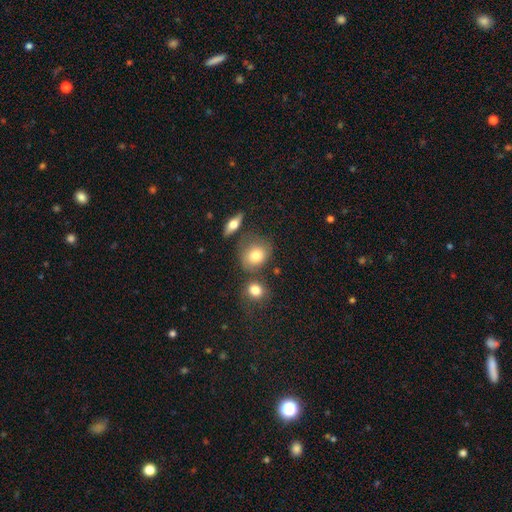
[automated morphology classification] Q: Smooth or featured?
A: smooth (77%); runner-up: featured or disk (13%)
Q: How rounded?
A: round (68%); runner-up: in between (31%)
Q: Merging?
A: none (63%); runner-up: minor disturbance (16%)